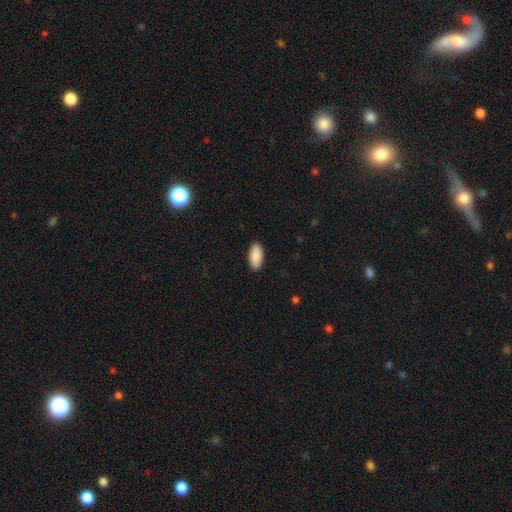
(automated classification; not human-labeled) Smooth or featured: smooth — 90% (star or artifact — 6%)
How rounded: in between — 92% (cigar-shaped — 6%)
Merging: none — 89% (minor disturbance — 8%)